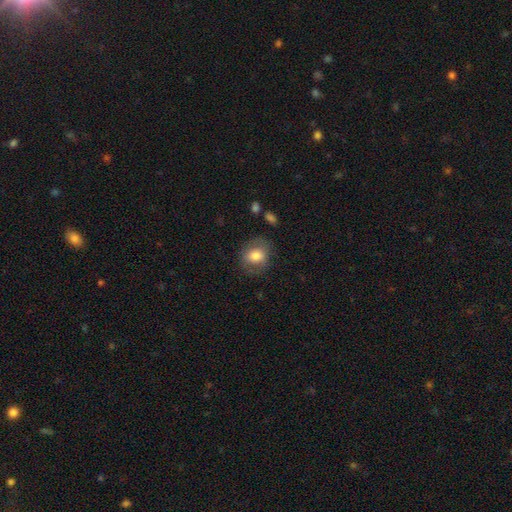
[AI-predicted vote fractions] This is likely a smooth galaxy (73%). How rounded: possibly round (58%). Merging: likely none (76%).